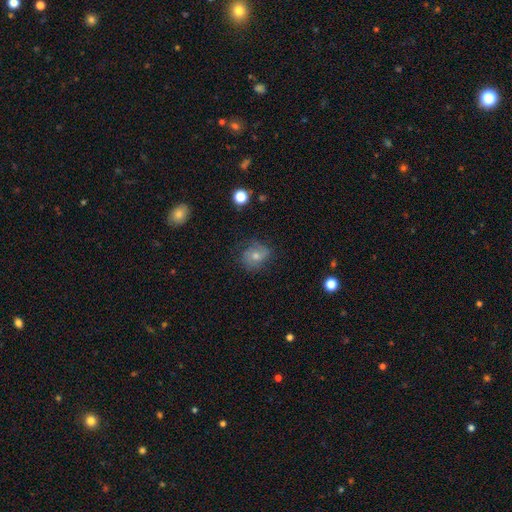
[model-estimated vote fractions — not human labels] Q: Smooth or featured?
A: featured or disk (47%); runner-up: smooth (37%)
Q: Merging?
A: none (71%); runner-up: minor disturbance (20%)